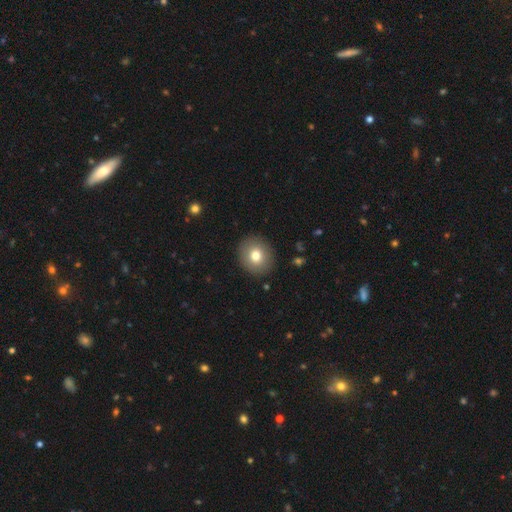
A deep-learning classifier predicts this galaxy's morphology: Smooth or featured: smooth — 77% (featured or disk — 14%)
How rounded: round — 84% (in between — 15%)
Merging: none — 90% (minor disturbance — 6%)